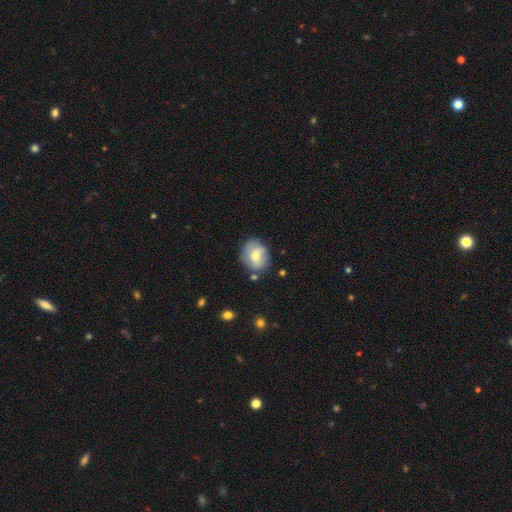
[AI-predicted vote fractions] Q: Smooth or featured?
A: smooth (61%); runner-up: featured or disk (30%)
Q: How rounded?
A: round (59%); runner-up: in between (40%)
Q: Merging?
A: none (69%); runner-up: minor disturbance (21%)